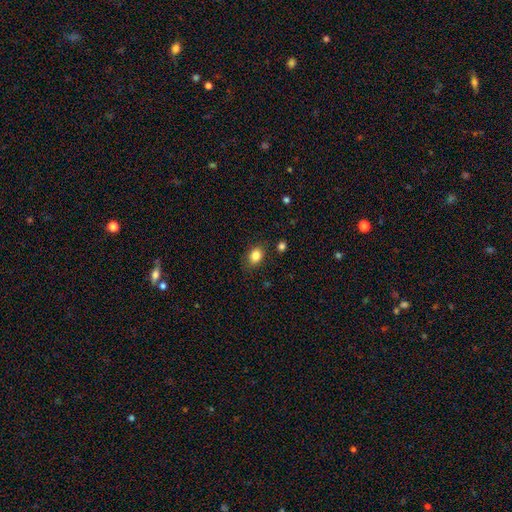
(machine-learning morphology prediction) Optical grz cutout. It shows a smooth galaxy with no disk features (84%) that is in between round and cigar-shaped (65%). Merging: none (81%).